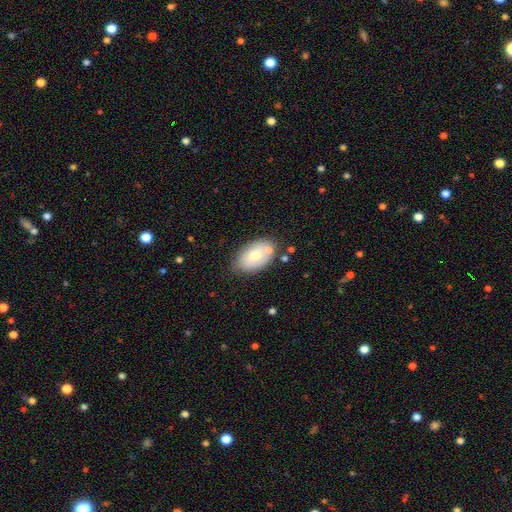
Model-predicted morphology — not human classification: A smooth galaxy with no disk features (64%) that is in between round and cigar-shaped (90%).

Vote fractions:
- Smooth or featured? smooth: 64% / featured or disk: 29% / star or artifact: 8%
- How rounded? in between: 90% / round: 9% / cigar-shaped: 1%
- Merging? none: 65% / minor disturbance: 18% / merger: 12% / major disturbance: 4%